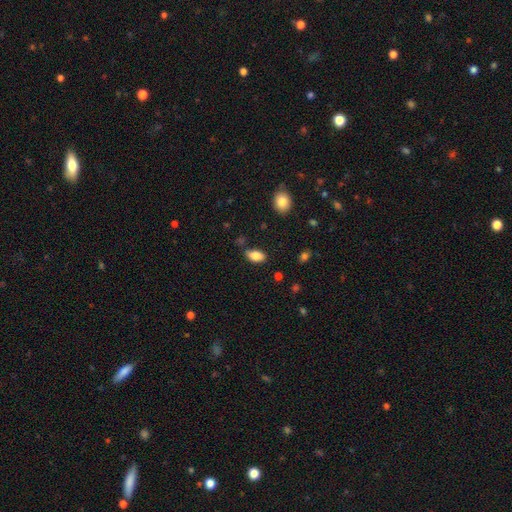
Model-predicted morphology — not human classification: Smooth or featured? smooth (84%)
How rounded? in between (92%)
Merging? none (76%)